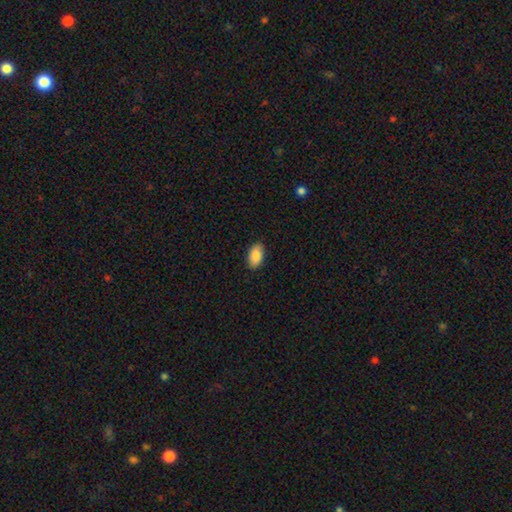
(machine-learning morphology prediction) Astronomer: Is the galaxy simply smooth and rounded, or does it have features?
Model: smooth — 88%.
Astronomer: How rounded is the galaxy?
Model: in between — 94%.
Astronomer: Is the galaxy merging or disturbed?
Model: none — 88%.